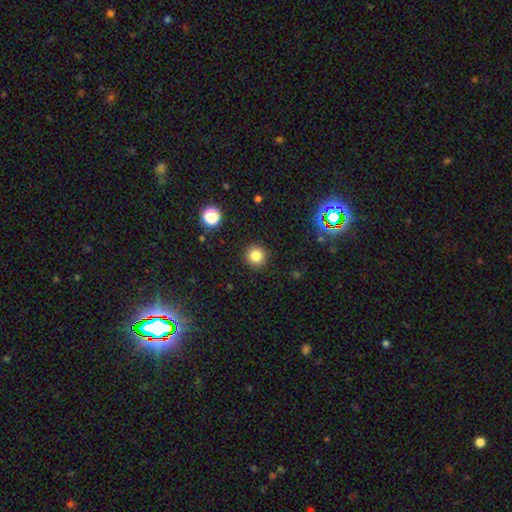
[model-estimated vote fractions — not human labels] Smooth or featured?
  - smooth: 82% *
  - star or artifact: 13%
  - featured or disk: 5%
How rounded?
  - round: 94% *
  - in between: 5%
  - cigar-shaped: 1%
Merging?
  - none: 92% *
  - minor disturbance: 5%
  - major disturbance: 2%
  - merger: 1%